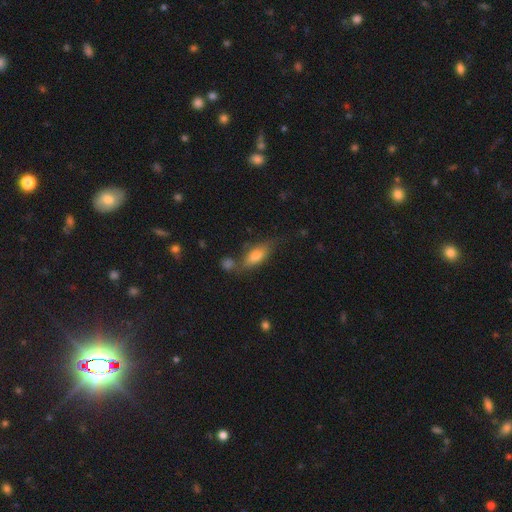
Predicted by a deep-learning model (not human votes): This appears to be a smooth galaxy with no disk features (67%) that is in between round and cigar-shaped (72%). Merging: none (59%).